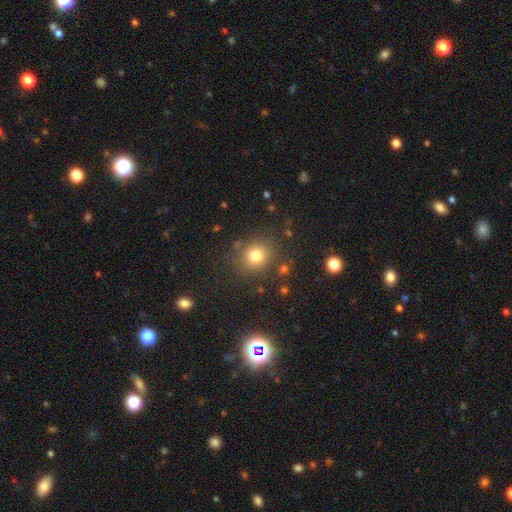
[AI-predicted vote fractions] This is likely a smooth galaxy (78%). How rounded: clearly round (82%). Merging: clearly none (82%).